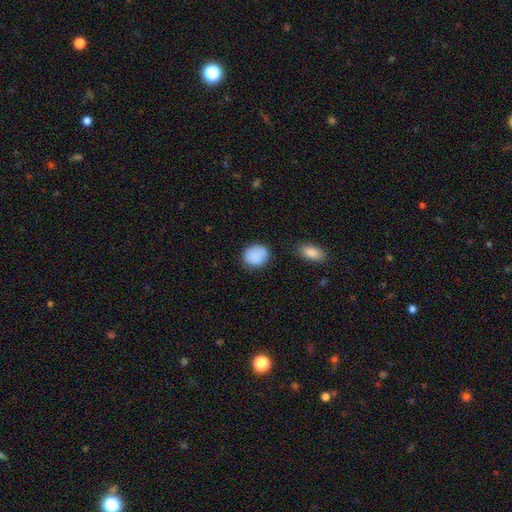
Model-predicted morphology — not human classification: Q: Smooth or featured?
A: smooth (88%); runner-up: star or artifact (7%)
Q: How rounded?
A: round (61%); runner-up: in between (37%)
Q: Merging?
A: none (79%); runner-up: minor disturbance (15%)